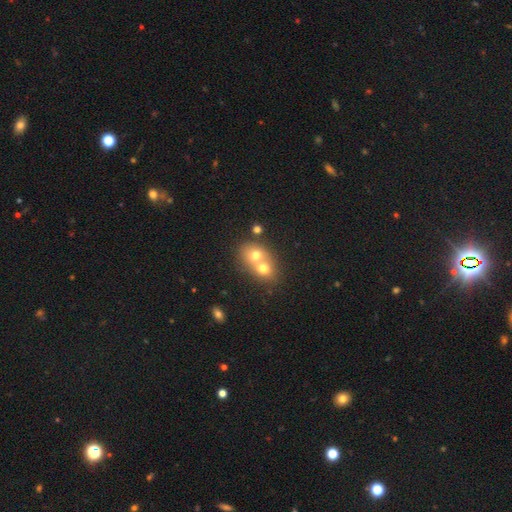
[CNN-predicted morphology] Smooth or featured? smooth (66%)
How rounded? round (56%)
Merging? merger (72%)